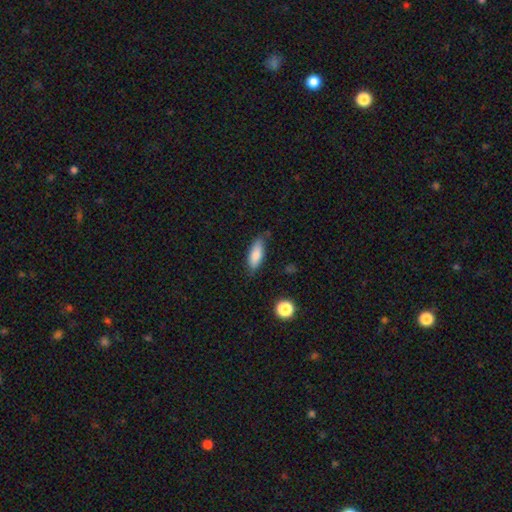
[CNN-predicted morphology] This is clearly a smooth galaxy (82%). How rounded: likely in between (70%). Merging: likely none (75%).